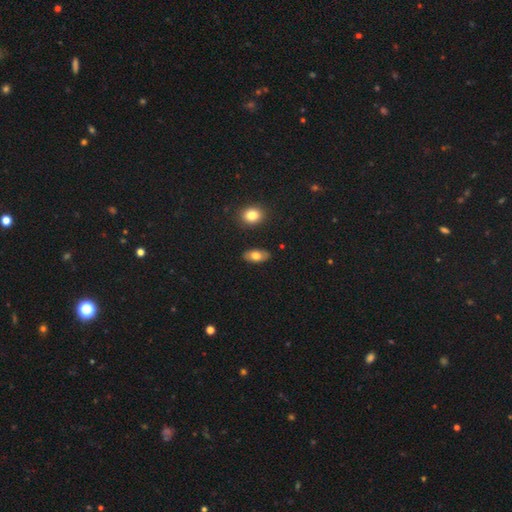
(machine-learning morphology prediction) The model was most divided on "smooth or featured": smooth: 73%, featured or disk: 20%, star or artifact: 7%. More confident: how rounded — in between (89%); merging — none (86%).